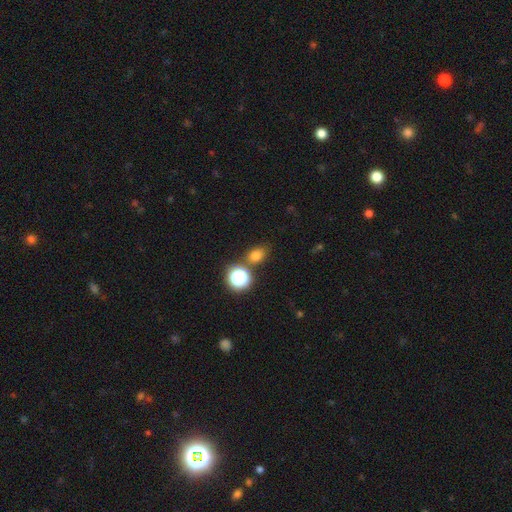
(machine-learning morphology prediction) Q: Smooth or featured?
A: smooth (72%); runner-up: star or artifact (21%)
Q: How rounded?
A: in between (54%); runner-up: round (45%)
Q: Merging?
A: none (74%); runner-up: minor disturbance (12%)